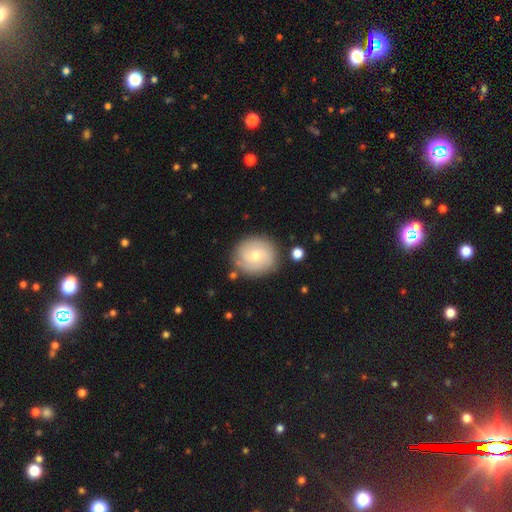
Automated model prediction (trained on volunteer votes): A smooth galaxy with no disk features (51%) that is round (88%).

Vote fractions:
- Smooth or featured? smooth: 51% / featured or disk: 42% / star or artifact: 7%
- How rounded? round: 88% / in between: 11% / cigar-shaped: 1%
- Merging? none: 80% / minor disturbance: 12% / major disturbance: 4% / merger: 4%